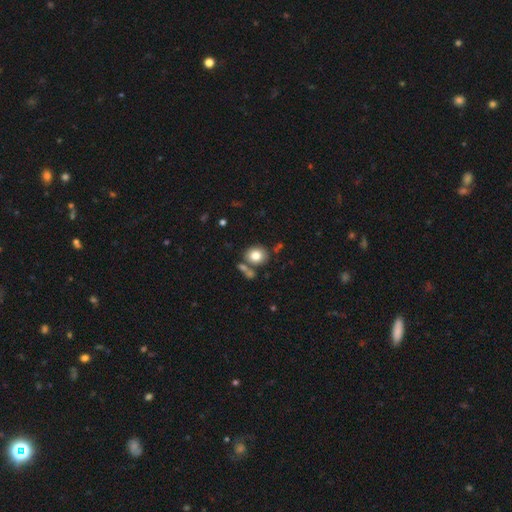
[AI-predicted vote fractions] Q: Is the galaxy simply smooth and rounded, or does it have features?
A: smooth — 79%.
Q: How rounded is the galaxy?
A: round — 73%.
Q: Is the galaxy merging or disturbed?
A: none — 69%.